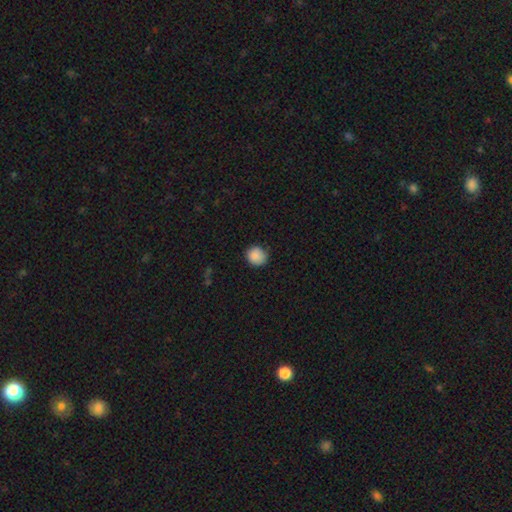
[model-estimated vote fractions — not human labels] smooth-or-featured: smooth: 87% | star or artifact: 9% | featured or disk: 4%
  how-rounded: round: 85% | in between: 14% | cigar-shaped: 1%
  merging: none: 76% | minor disturbance: 20% | major disturbance: 3% | merger: 1%